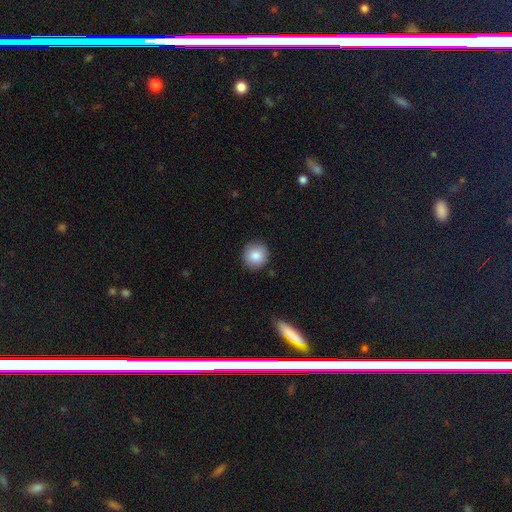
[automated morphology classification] smooth-or-featured: smooth: 85% | star or artifact: 8% | featured or disk: 7%
  how-rounded: round: 93% | in between: 6% | cigar-shaped: 1%
  merging: none: 89% | minor disturbance: 8% | major disturbance: 2% | merger: 1%